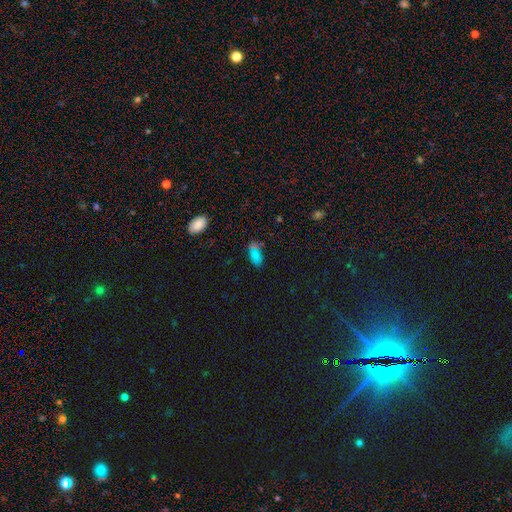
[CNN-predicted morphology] Smooth or featured: smooth — 73% (star or artifact — 19%)
How rounded: in between — 89% (cigar-shaped — 6%)
Merging: none — 56% (merger — 19%)